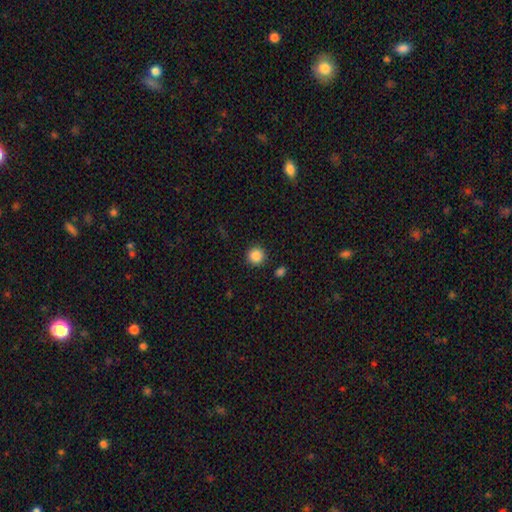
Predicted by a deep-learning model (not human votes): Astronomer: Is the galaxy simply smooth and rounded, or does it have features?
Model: smooth — 87%.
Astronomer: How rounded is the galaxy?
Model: round — 94%.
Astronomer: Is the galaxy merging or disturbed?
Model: none — 91%.